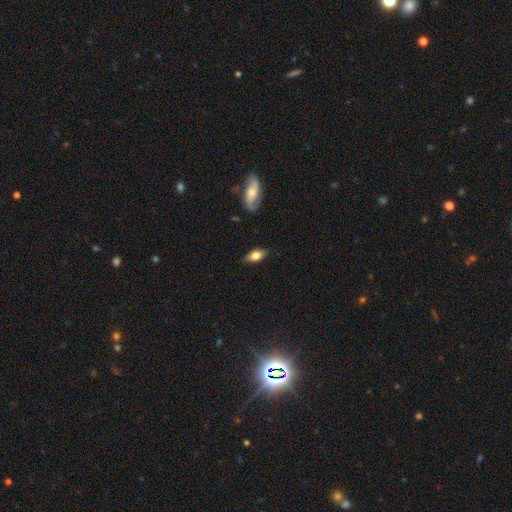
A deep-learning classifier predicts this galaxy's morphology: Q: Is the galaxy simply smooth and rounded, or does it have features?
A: smooth — 67%.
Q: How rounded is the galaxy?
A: in between — 81%.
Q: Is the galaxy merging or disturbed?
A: none — 82%.